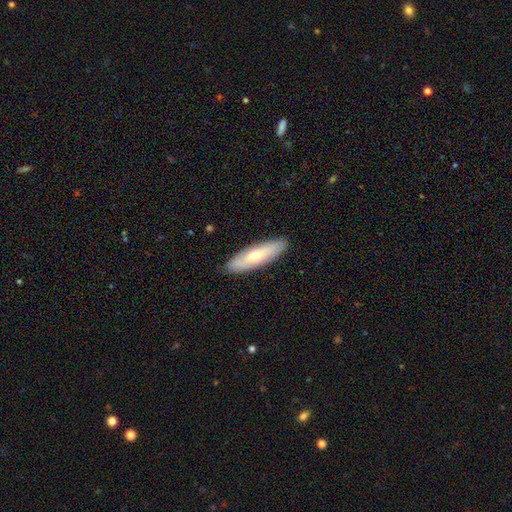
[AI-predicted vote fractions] Smooth or featured? Predicted: smooth (p=0.61). How rounded? Predicted: cigar-shaped (p=0.59). Merging? Predicted: none (p=0.89).